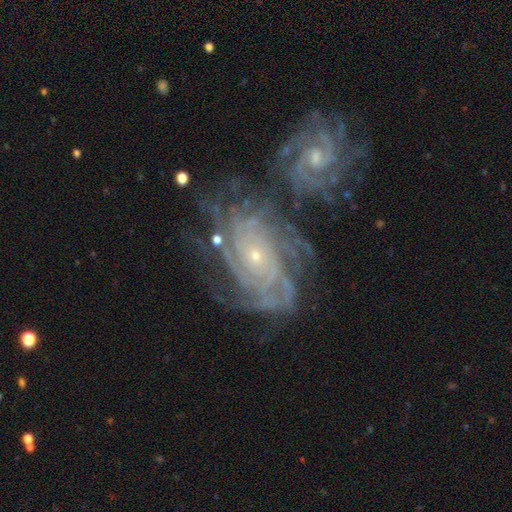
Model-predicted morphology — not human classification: Smooth or featured: featured or disk — 88% (star or artifact — 7%)
Edge-on disk: no — 96% (yes — 4%)
Bar: no — 74% (weak — 19%)
Spiral arms: yes — 97% (no — 3%)
Spiral winding: tight — 76% (medium — 20%)
Spiral arm count: can't tell — 25% (tied with 4 — 25%)
Bulge size: small — 80% (moderate — 16%)
Merging: none — 50% (merger — 26%)